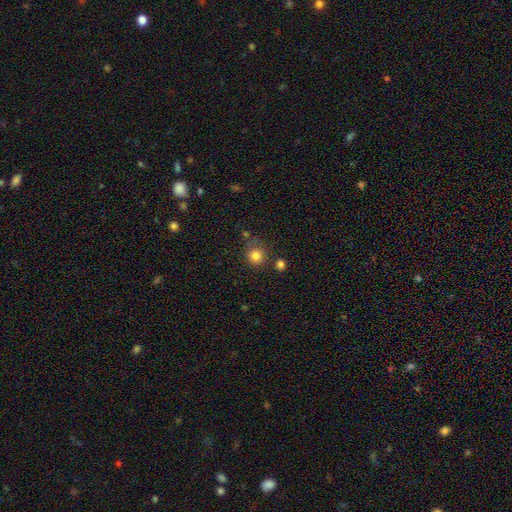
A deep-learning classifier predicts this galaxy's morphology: Smooth or featured? smooth (83%)
How rounded? round (88%)
Merging? none (72%)